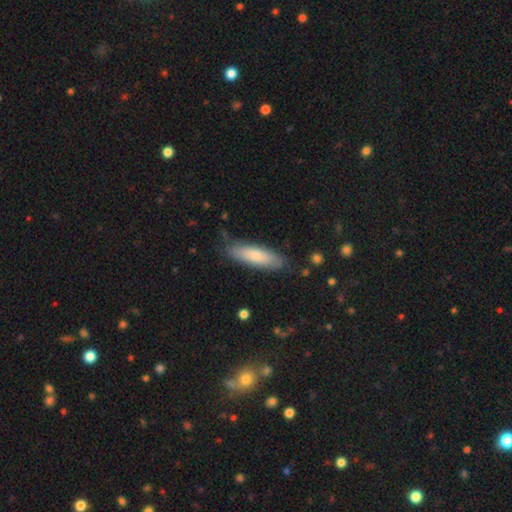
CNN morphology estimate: Overall: smooth (76%). How rounded: cigar-shaped (56%; in between 43%). Merging: none (80%).